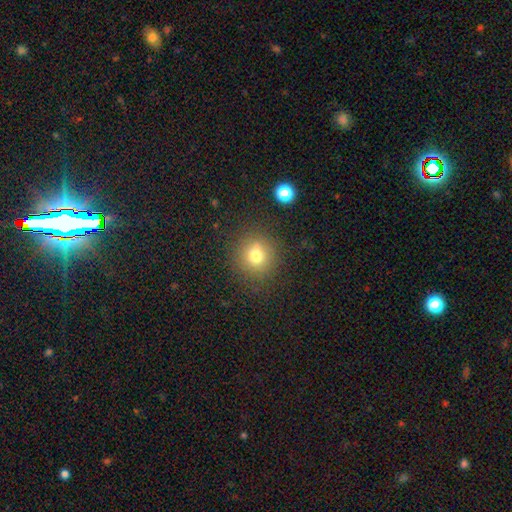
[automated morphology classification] This is likely a smooth galaxy (74%). How rounded: clearly round (91%). Merging: clearly none (81%).